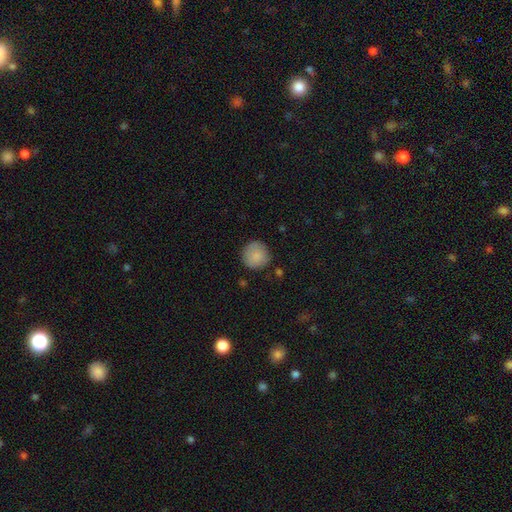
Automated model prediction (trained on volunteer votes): smooth-or-featured: smooth: 87% | star or artifact: 7% | featured or disk: 6%
  how-rounded: round: 94% | in between: 5% | cigar-shaped: 1%
  merging: none: 83% | minor disturbance: 12% | major disturbance: 3% | merger: 2%